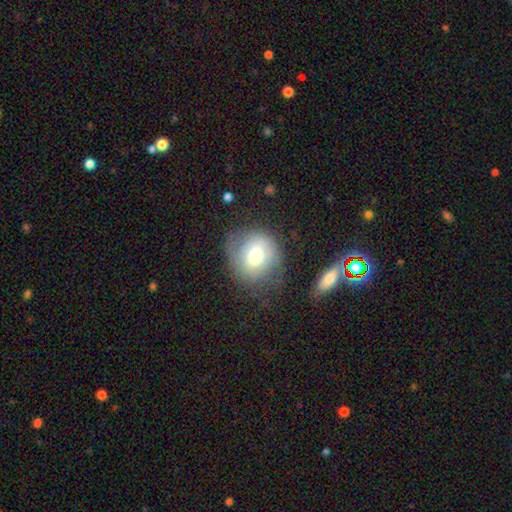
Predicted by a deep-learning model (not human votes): Morphology: type=smooth (64%); roundness=round (84%); merging=none (60%).